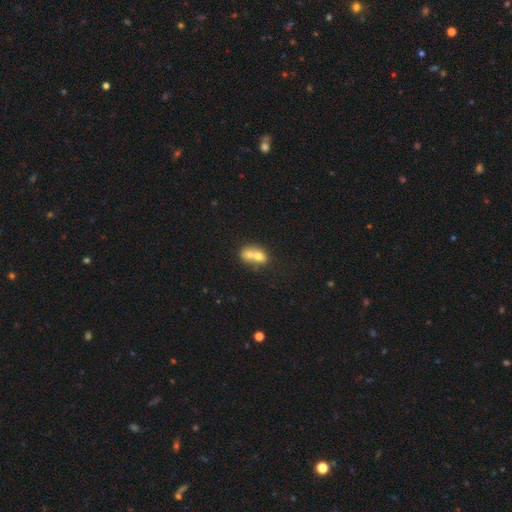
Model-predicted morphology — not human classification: Smooth or featured?
  - smooth: 66% *
  - featured or disk: 25%
  - star or artifact: 9%
How rounded?
  - in between: 54% *
  - round: 45%
  - cigar-shaped: 1%
Merging?
  - merger: 74% *
  - none: 17%
  - minor disturbance: 5%
  - major disturbance: 3%